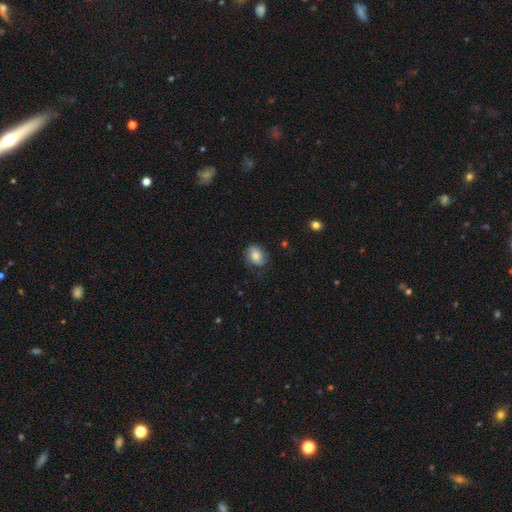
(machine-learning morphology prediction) Overall: smooth (63%; featured or disk 28%). How rounded: in between (53%; round 46%). Merging: none (65%).